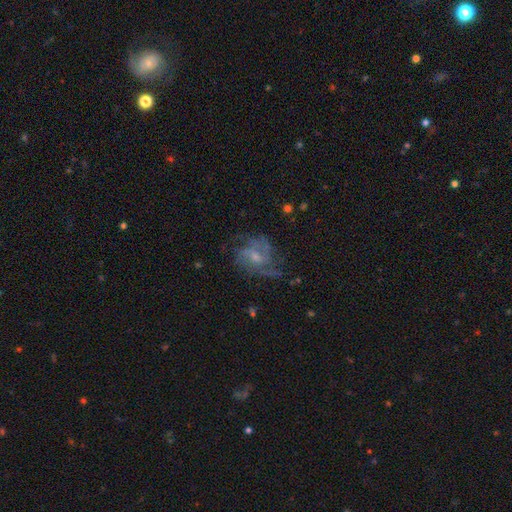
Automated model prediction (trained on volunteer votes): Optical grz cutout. It shows a featured or disk galaxy (75%) with no bar (54%), medium (48%) spiral arms (87%) and a small central bulge (49%). Merging: none (56%).